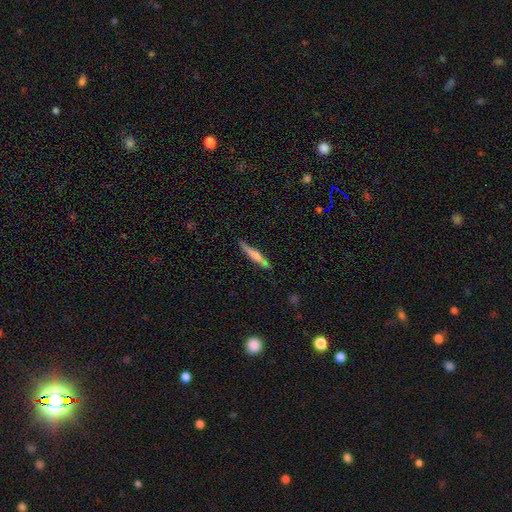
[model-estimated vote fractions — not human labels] Overall: smooth (58%; featured or disk 36%). How rounded: cigar-shaped (93%). Merging: none (85%).